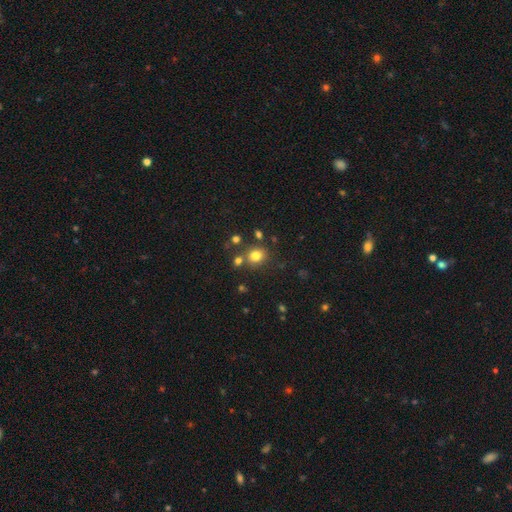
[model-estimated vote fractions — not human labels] Overall: smooth (77%). How rounded: round (75%). Merging: none (74%).